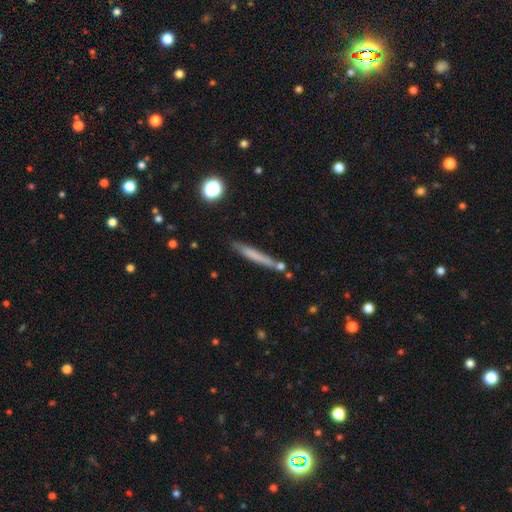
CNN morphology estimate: type=smooth (64%); roundness=cigar-shaped (95%); merging=none (76%).